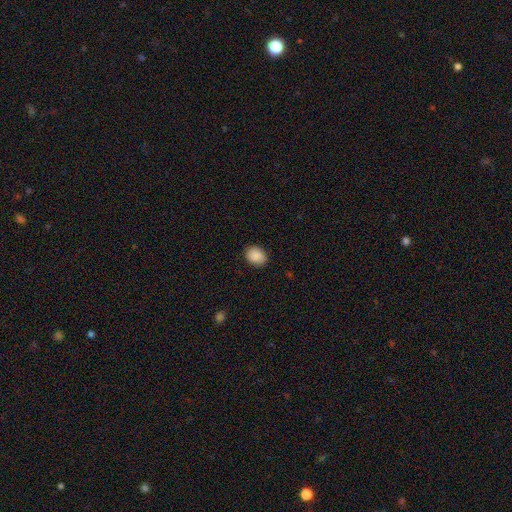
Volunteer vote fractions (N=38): A smooth galaxy with no disk features (92%) that is round (54%). Merging: none (97%).